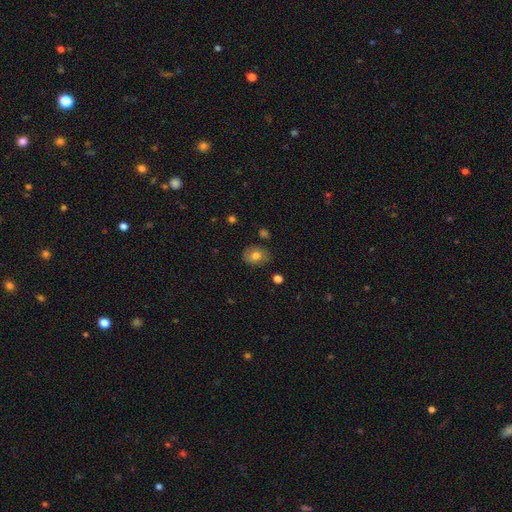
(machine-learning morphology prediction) Smooth or featured?
  - smooth: 76% *
  - featured or disk: 14%
  - star or artifact: 9%
How rounded?
  - in between: 53% *
  - round: 46%
  - cigar-shaped: 1%
Merging?
  - none: 81% *
  - minor disturbance: 14%
  - major disturbance: 3%
  - merger: 2%